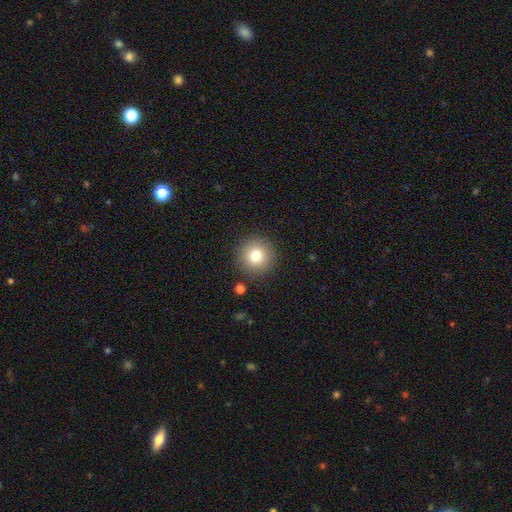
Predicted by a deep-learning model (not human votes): Smooth or featured: smooth — 79% (star or artifact — 11%)
How rounded: round — 95% (in between — 4%)
Merging: none — 89% (minor disturbance — 7%)